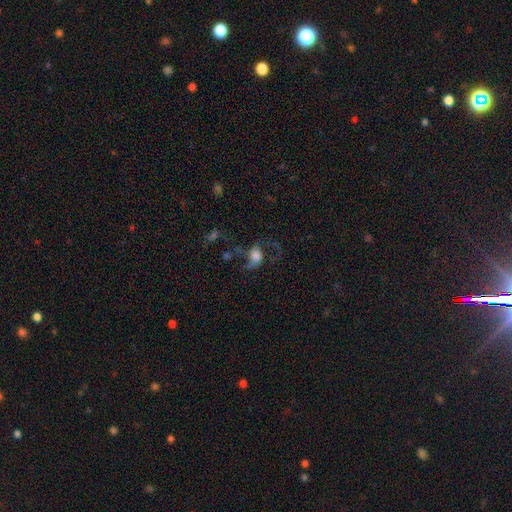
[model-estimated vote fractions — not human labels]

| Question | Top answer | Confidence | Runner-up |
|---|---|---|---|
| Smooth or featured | featured or disk | 47% | smooth (40%) |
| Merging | none | 39% | major disturbance (38%) |